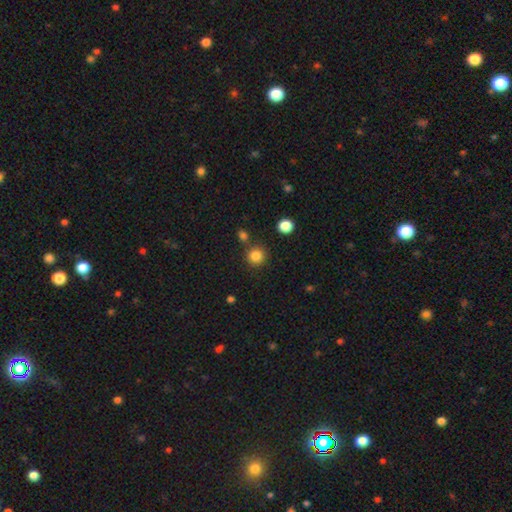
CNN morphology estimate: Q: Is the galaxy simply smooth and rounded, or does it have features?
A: smooth — 84%.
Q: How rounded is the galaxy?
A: round — 91%.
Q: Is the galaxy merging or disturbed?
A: none — 81%.